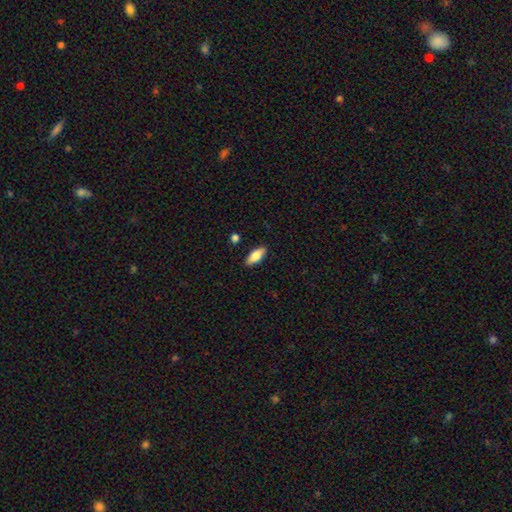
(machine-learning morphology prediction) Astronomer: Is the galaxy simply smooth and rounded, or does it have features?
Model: smooth — 78%.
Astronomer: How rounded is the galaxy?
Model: in between — 79%.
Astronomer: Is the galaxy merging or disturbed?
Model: none — 87%.